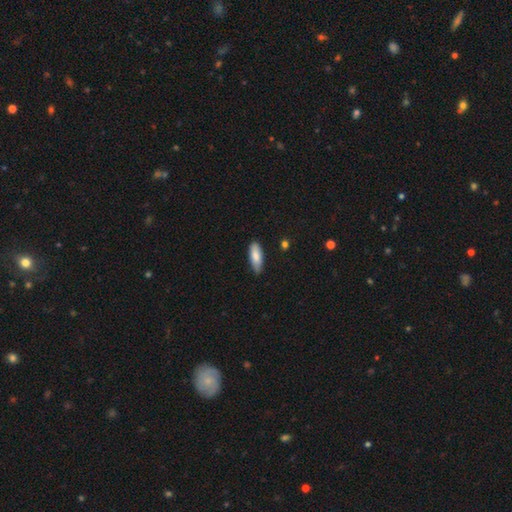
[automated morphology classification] smooth-or-featured: smooth: 82% | featured or disk: 12% | star or artifact: 6%
  how-rounded: in between: 66% | cigar-shaped: 32% | round: 2%
  merging: none: 76% | minor disturbance: 20% | major disturbance: 3% | merger: 1%